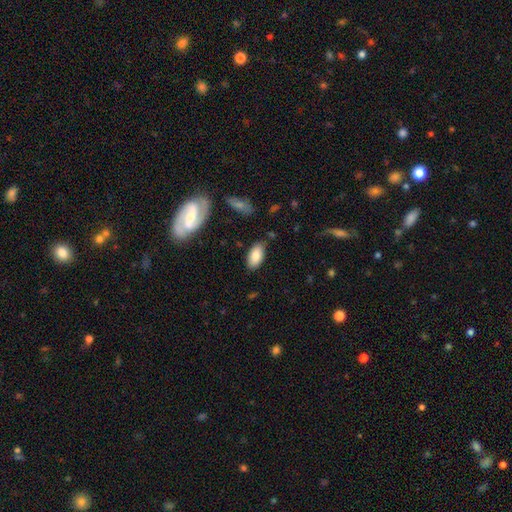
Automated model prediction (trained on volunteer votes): Smooth or featured: smooth — 82% (featured or disk — 12%)
How rounded: in between — 94% (cigar-shaped — 4%)
Merging: none — 83% (minor disturbance — 12%)